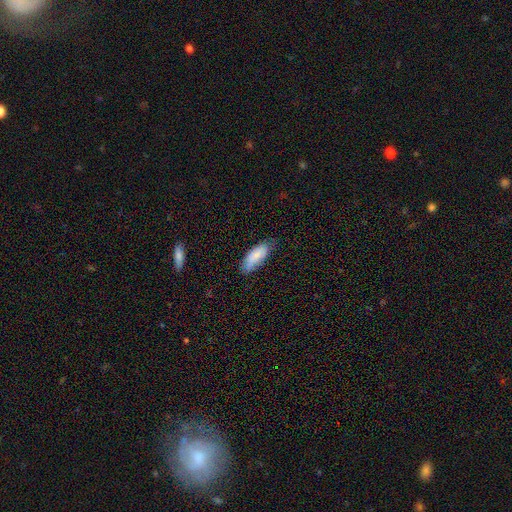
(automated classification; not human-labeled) A smooth galaxy with no disk features (82%) that is in between round and cigar-shaped (77%).

Vote fractions:
- Smooth or featured? smooth: 82% / featured or disk: 11% / star or artifact: 7%
- How rounded? in between: 77% / cigar-shaped: 21% / round: 2%
- Merging? none: 64% / minor disturbance: 28% / major disturbance: 6% / merger: 2%